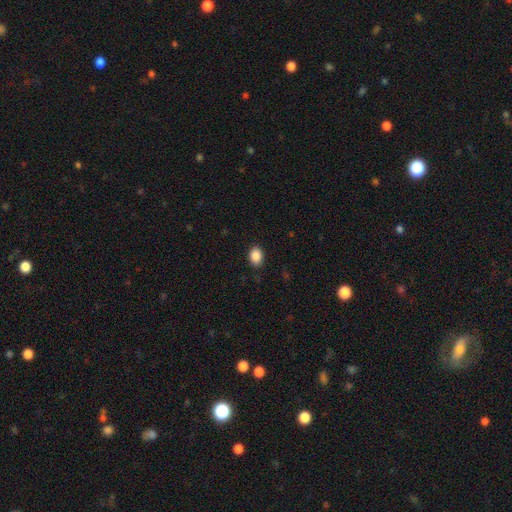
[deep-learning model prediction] smooth-or-featured: smooth: 88% | star or artifact: 8% | featured or disk: 3%
  how-rounded: in between: 69% | round: 30% | cigar-shaped: 1%
  merging: none: 89% | minor disturbance: 8% | major disturbance: 2% | merger: 1%